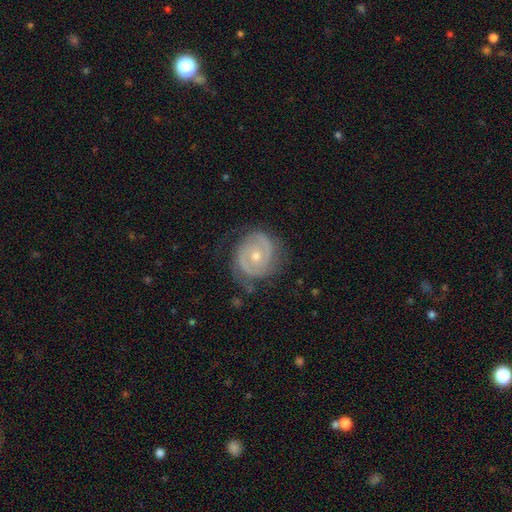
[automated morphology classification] A featured or disk galaxy (82%) with no bar (67%), 2 (68%) tight (61%) spiral arms (87%) and a moderate central bulge (51%). Merging: none (72%).